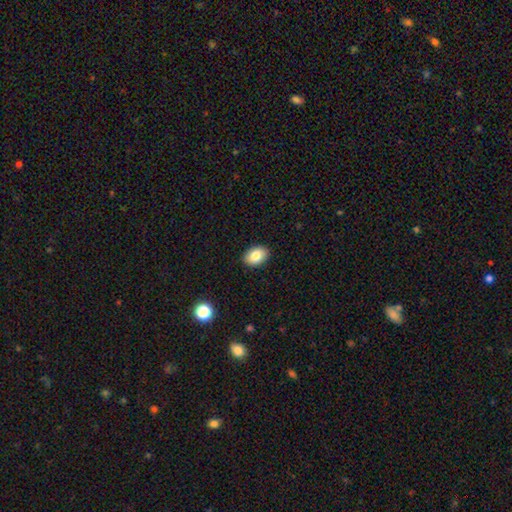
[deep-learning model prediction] A smooth galaxy with no disk features (84%) that is in between round and cigar-shaped (83%).

Vote fractions:
- Smooth or featured? smooth: 84% / featured or disk: 9% / star or artifact: 8%
- How rounded? in between: 83% / round: 16% / cigar-shaped: 1%
- Merging? none: 90% / minor disturbance: 7% / major disturbance: 2% / merger: 1%